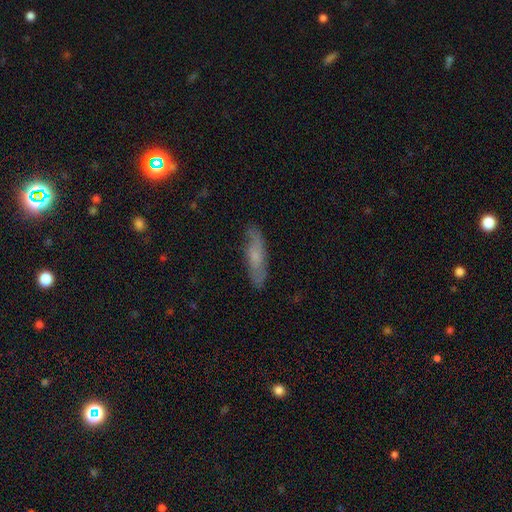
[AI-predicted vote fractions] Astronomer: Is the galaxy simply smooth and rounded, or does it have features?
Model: smooth — 49% (runner-up: featured or disk, 44%).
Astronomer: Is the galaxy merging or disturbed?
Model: none — 80%.